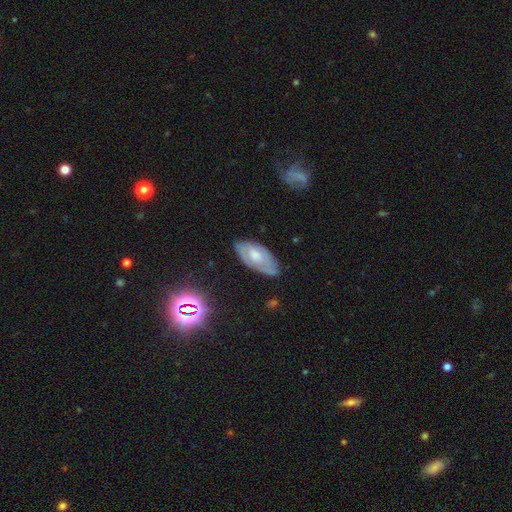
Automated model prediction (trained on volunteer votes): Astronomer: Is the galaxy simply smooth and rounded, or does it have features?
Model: featured or disk — 55% (runner-up: smooth, 36%).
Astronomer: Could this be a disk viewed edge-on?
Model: no — 87%.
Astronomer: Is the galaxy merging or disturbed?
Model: none — 68%.